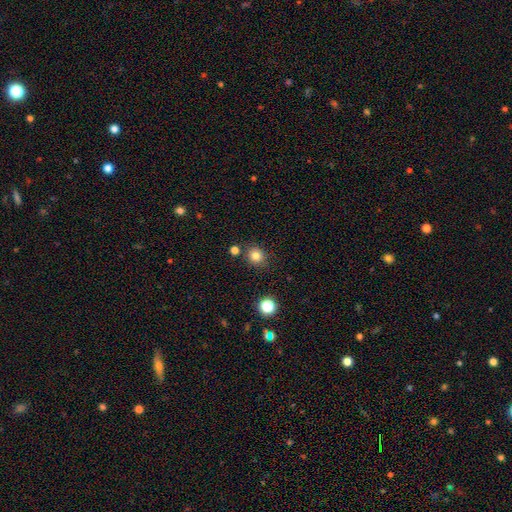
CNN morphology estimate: A smooth galaxy with no disk features (81%) that is round (81%). Merging: none (82%).